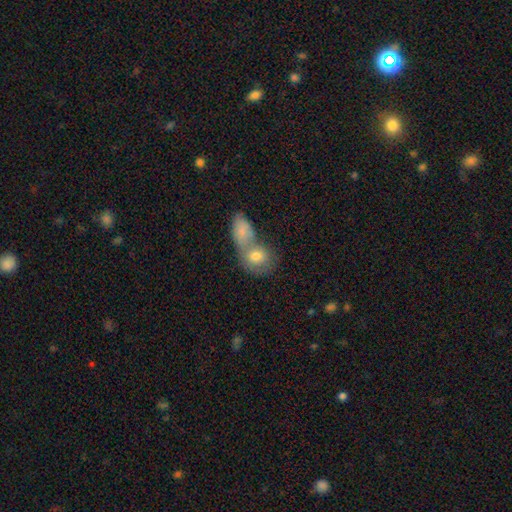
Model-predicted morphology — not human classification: This appears to be a smooth galaxy with no disk features (59%) that is round (56%). Merging: merger (59%).